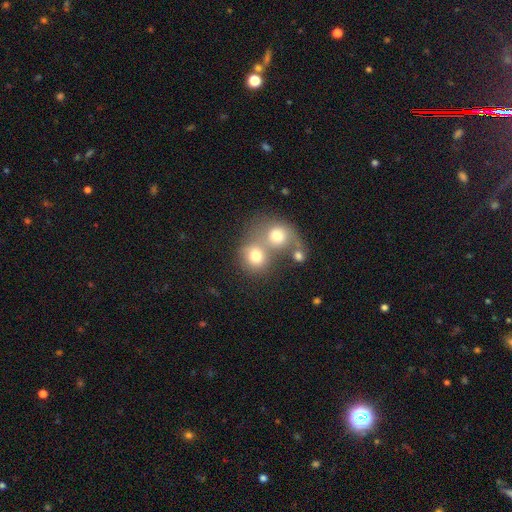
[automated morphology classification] Smooth or featured: smooth — 73% (featured or disk — 16%)
How rounded: round — 76% (in between — 23%)
Merging: merger — 59% (none — 29%)